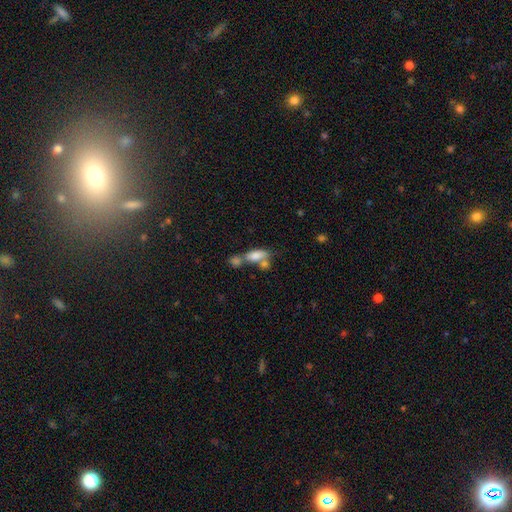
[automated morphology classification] This appears to be a smooth galaxy with no disk features (75%) that is in between round and cigar-shaped (73%). Merging: merger (50%).